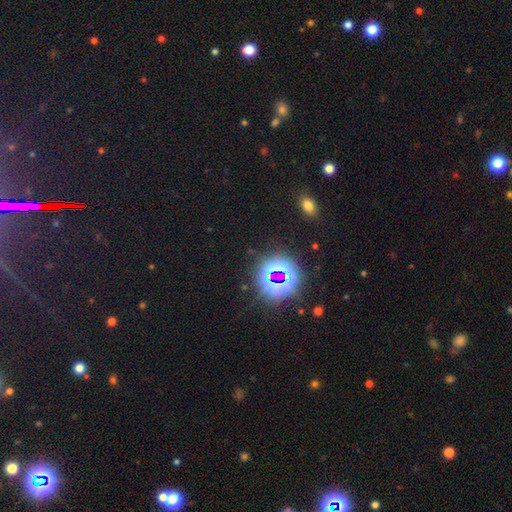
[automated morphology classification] star or artifact 76%, smooth 16%, featured or disk 8%.